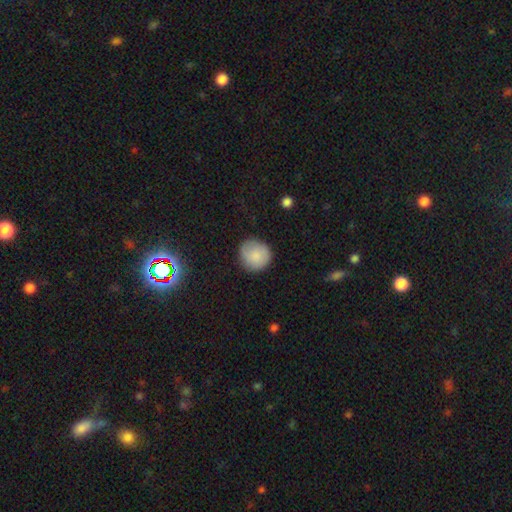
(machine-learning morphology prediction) A smooth galaxy with no disk features (85%) that is round (92%). Merging: none (82%).